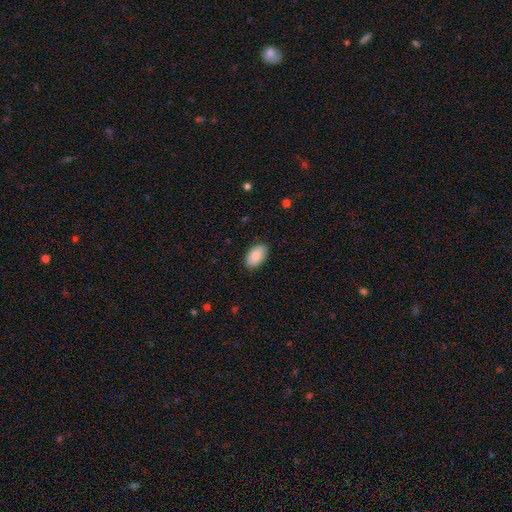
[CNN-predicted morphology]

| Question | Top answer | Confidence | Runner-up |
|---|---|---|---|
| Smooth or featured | smooth | 87% | featured or disk (7%) |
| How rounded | in between | 95% | round (4%) |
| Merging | none | 86% | minor disturbance (10%) |